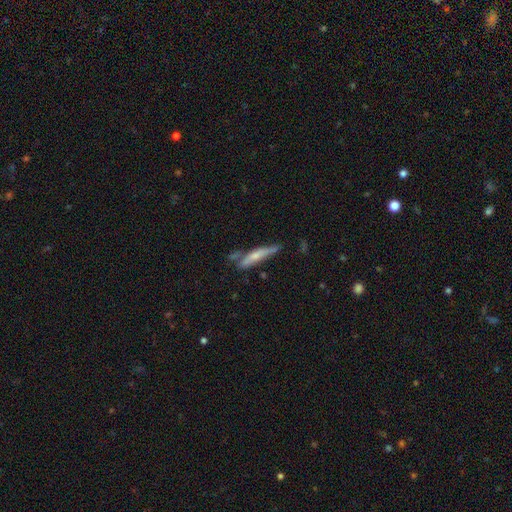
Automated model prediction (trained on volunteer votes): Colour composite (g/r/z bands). It shows a smooth galaxy with no disk features (52%) that is cigar-shaped (88%). Merging: none (55%).